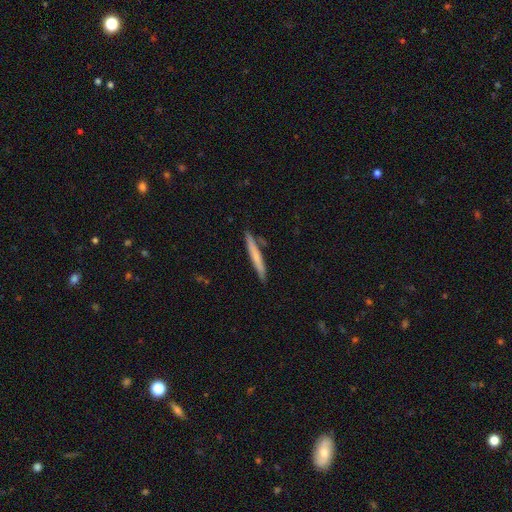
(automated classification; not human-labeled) A smooth galaxy with no disk features (63%) that is cigar-shaped (96%).

Vote fractions:
- Smooth or featured? smooth: 63% / featured or disk: 32% / star or artifact: 6%
- How rounded? cigar-shaped: 96% / in between: 3% / round: 1%
- Merging? none: 86% / minor disturbance: 10% / merger: 3% / major disturbance: 2%